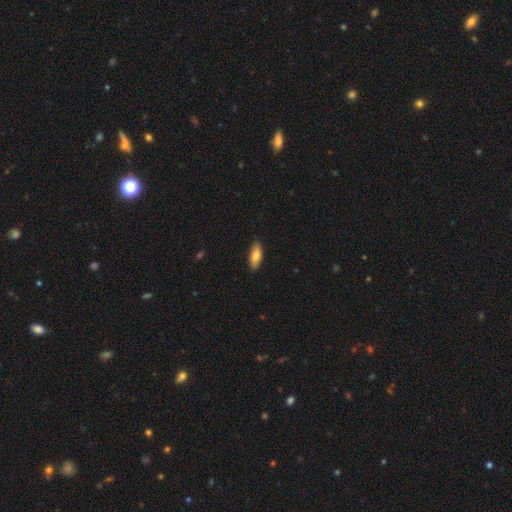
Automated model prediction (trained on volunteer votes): Smooth or featured? Predicted: smooth (p=0.80). How rounded? Predicted: in between (p=0.71). Merging? Predicted: none (p=0.88).